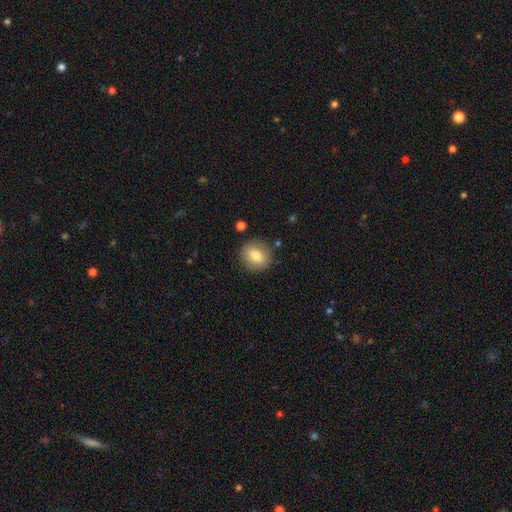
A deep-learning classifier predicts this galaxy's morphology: Smooth or featured: smooth — 75% (featured or disk — 17%)
How rounded: round — 82% (in between — 17%)
Merging: none — 86% (minor disturbance — 9%)